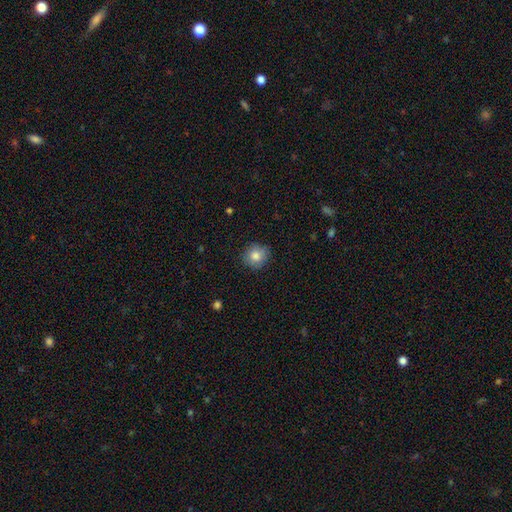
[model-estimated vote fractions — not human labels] A smooth galaxy with no disk features (82%) that is round (90%).

Vote fractions:
- Smooth or featured? smooth: 82% / star or artifact: 9% / featured or disk: 8%
- How rounded? round: 90% / in between: 9% / cigar-shaped: 1%
- Merging? none: 86% / minor disturbance: 11% / major disturbance: 2% / merger: 1%